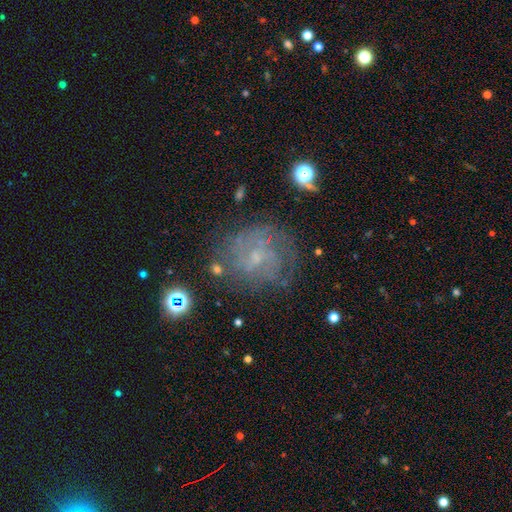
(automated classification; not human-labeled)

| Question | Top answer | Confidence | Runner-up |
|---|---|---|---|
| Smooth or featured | featured or disk | 60% | smooth (22%) |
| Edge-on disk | no | 97% | yes (3%) |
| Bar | no | 54% | weak (40%) |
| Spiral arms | yes | 74% | no (26%) |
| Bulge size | small | 65% | none (17%) |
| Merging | none | 69% | minor disturbance (17%) |